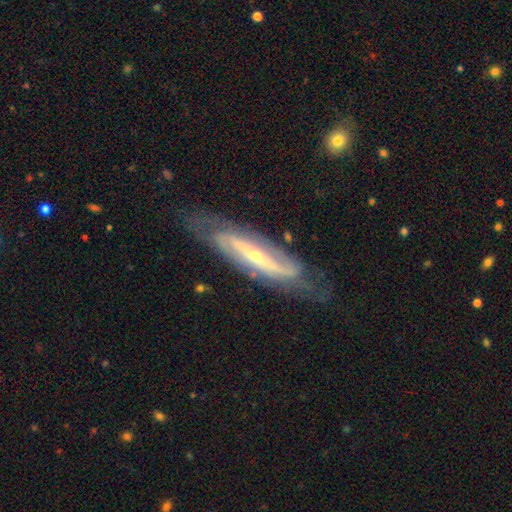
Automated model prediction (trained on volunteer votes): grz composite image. It shows a featured or disk galaxy (86%) with a strong bar (55%), 2 (82%) medium (41%) spiral arms (91%) and a small central bulge (70%). Merging: none (72%).